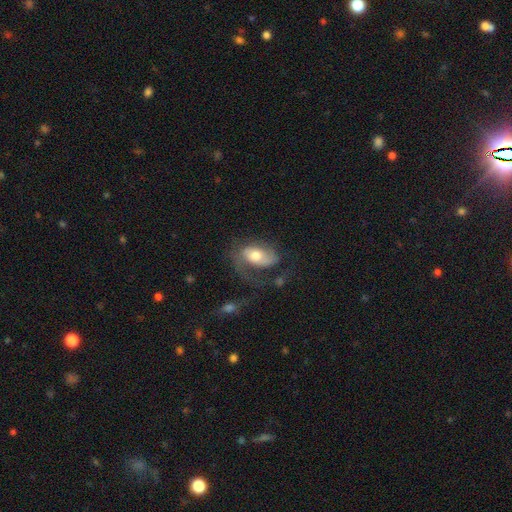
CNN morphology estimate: This appears to be a featured or disk galaxy (54%) with no bar (63%), spiral arms (74%) and a moderate central bulge (64%). Merging: major disturbance (43%).